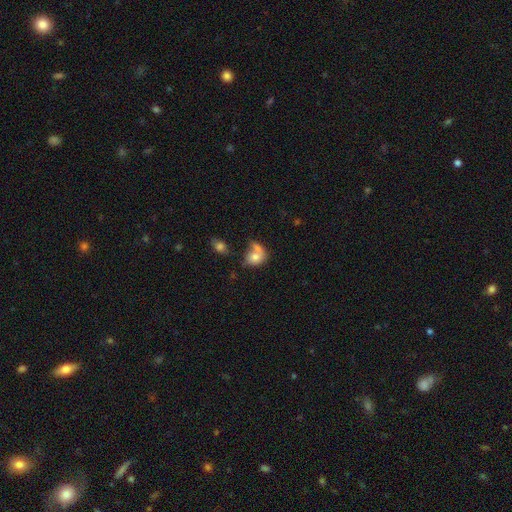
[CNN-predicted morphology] This is likely a smooth galaxy (68%). How rounded: possibly in between (57%). Merging: marginally merger (41%).